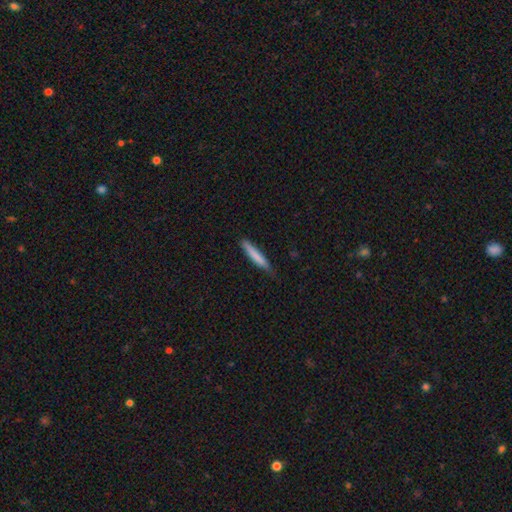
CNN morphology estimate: A smooth galaxy with no disk features (78%) that is cigar-shaped (93%).

Vote fractions:
- Smooth or featured? smooth: 78% / featured or disk: 16% / star or artifact: 6%
- How rounded? cigar-shaped: 93% / in between: 6% / round: 1%
- Merging? none: 76% / minor disturbance: 20% / major disturbance: 3% / merger: 1%